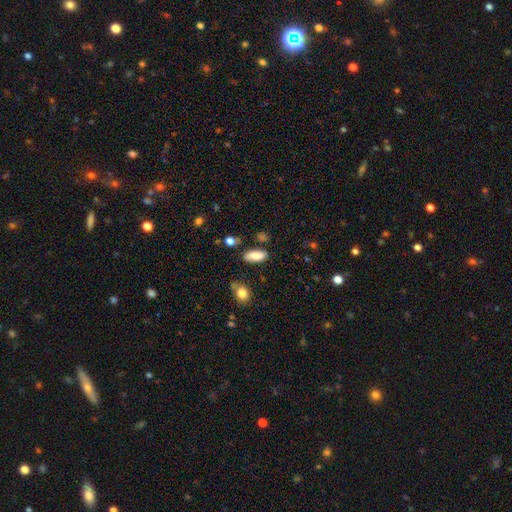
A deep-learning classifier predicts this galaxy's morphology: The model was most divided on "merging": none: 73%, minor disturbance: 18%, major disturbance: 4%, merger: 4%. More confident: smooth or featured — smooth (82%); how rounded — in between (80%).